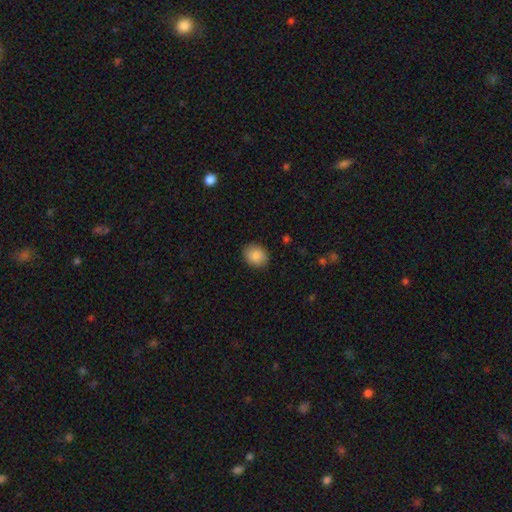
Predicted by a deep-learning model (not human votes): This appears to be a smooth galaxy with no disk features (88%) that is round (56%). Merging: none (88%).